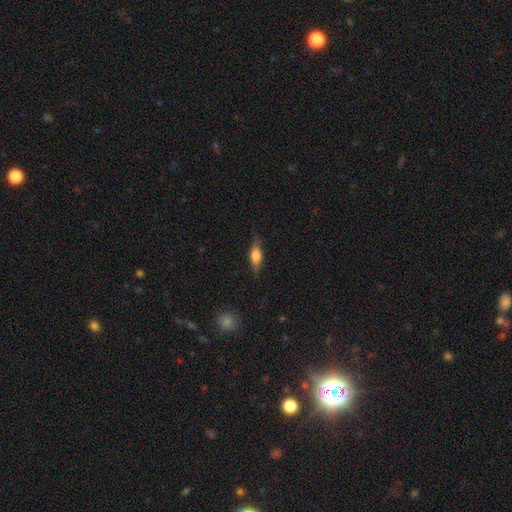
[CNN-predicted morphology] Overall: smooth (60%; featured or disk 32%). How rounded: in between (64%; cigar-shaped 31%). Merging: none (77%).